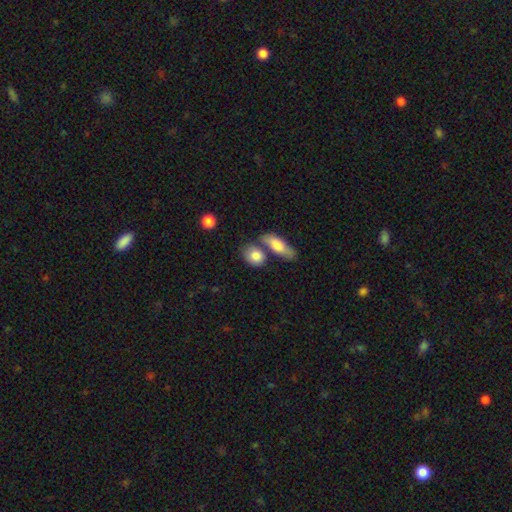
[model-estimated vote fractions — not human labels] Smooth or featured?
  - smooth: 82% *
  - featured or disk: 12%
  - star or artifact: 6%
How rounded?
  - in between: 63% *
  - round: 32%
  - cigar-shaped: 5%
Merging?
  - none: 52% *
  - merger: 29%
  - minor disturbance: 14%
  - major disturbance: 5%